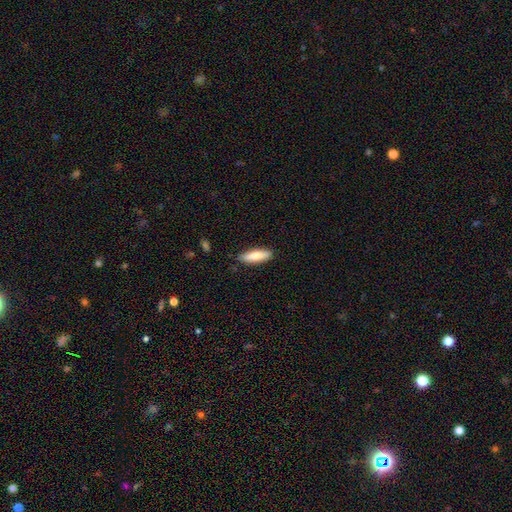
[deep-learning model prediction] Smooth or featured? Predicted: smooth (p=0.83). How rounded? Predicted: cigar-shaped (p=0.58). Merging? Predicted: none (p=0.85).